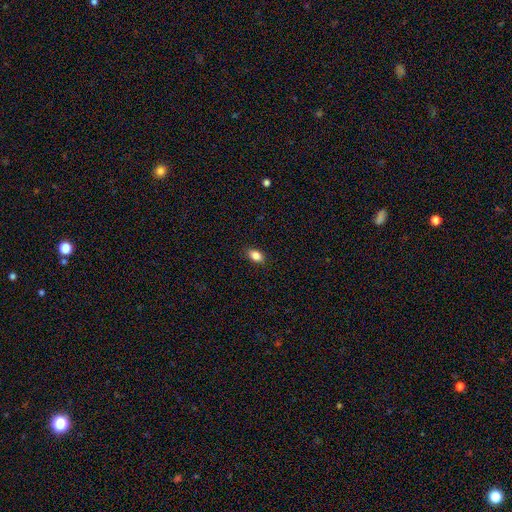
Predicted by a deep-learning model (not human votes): Smooth or featured?
  - smooth: 86% *
  - star or artifact: 9%
  - featured or disk: 5%
How rounded?
  - in between: 87% *
  - round: 11%
  - cigar-shaped: 2%
Merging?
  - none: 88% *
  - minor disturbance: 9%
  - major disturbance: 2%
  - merger: 1%